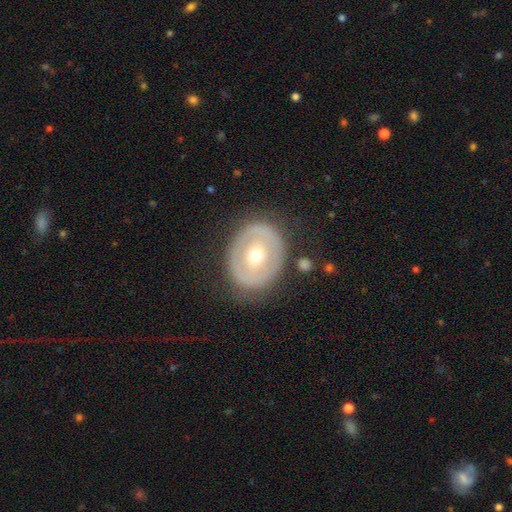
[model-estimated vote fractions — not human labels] This is possibly a featured or disk galaxy (58%). It is clearly not viewed edge-on (94%). Bar: likely no (78%). Spiral arm pattern: clearly no (86%). Central bulge: possibly moderate (54%). Merging: likely none (80%).